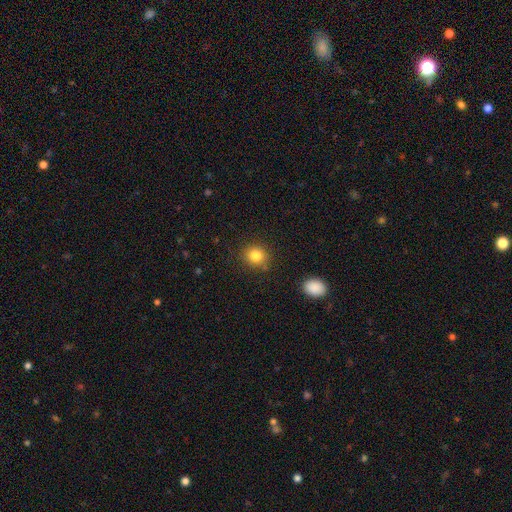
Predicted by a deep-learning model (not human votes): The model was most divided on "how rounded": round: 81%, in between: 18%, cigar-shaped: 1%. More confident: merging — none (86%); smooth or featured — smooth (83%).